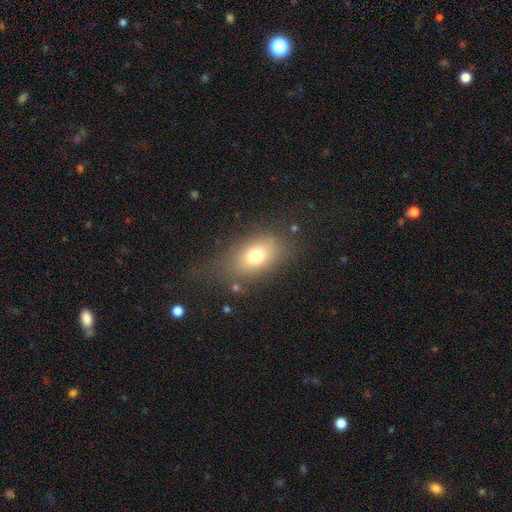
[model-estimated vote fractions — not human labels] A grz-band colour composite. It shows a smooth galaxy with no disk features (74%) that is in between round and cigar-shaped (81%). Merging: none (69%).